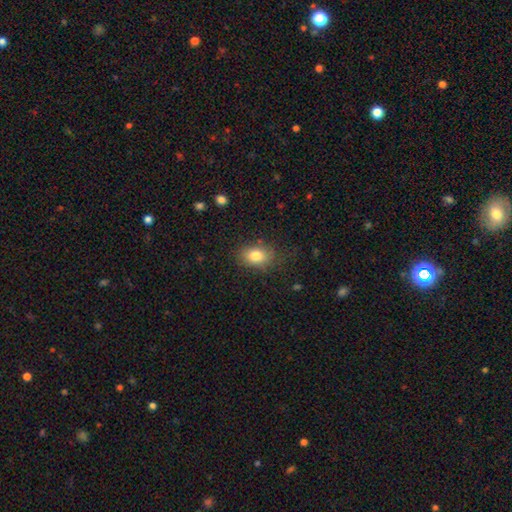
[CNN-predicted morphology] Smooth or featured: smooth — 81% (featured or disk — 10%)
How rounded: in between — 74% (round — 24%)
Merging: none — 78% (minor disturbance — 16%)